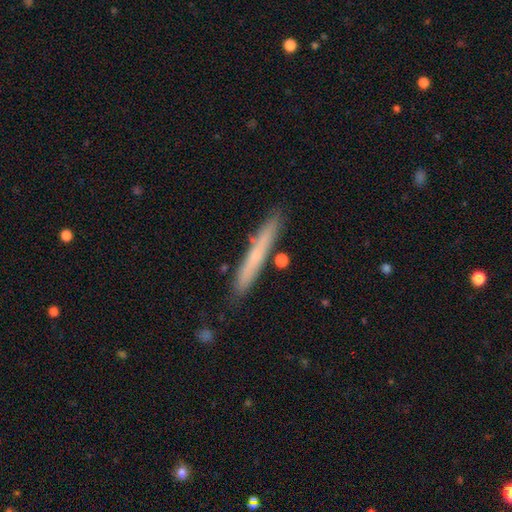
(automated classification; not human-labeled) Morphology: type=smooth (61%); roundness=cigar-shaped (96%); merging=none (85%).